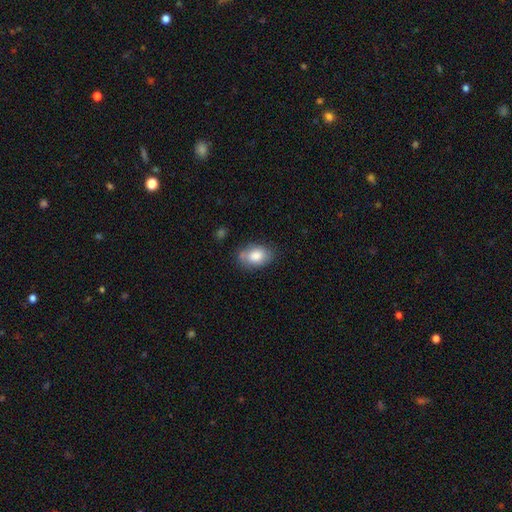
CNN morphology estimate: Q: Smooth or featured?
A: smooth (81%); runner-up: featured or disk (12%)
Q: How rounded?
A: in between (87%); runner-up: round (11%)
Q: Merging?
A: none (68%); runner-up: minor disturbance (22%)